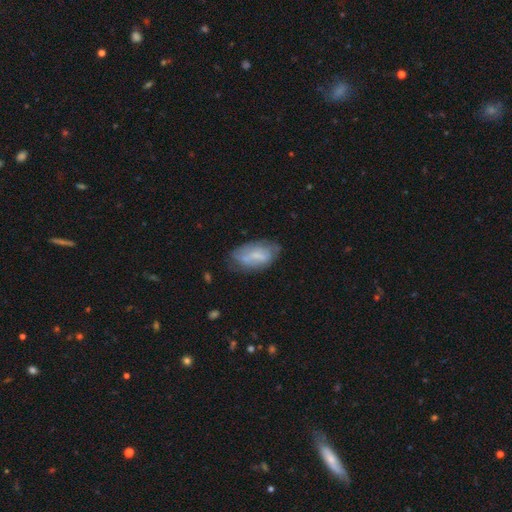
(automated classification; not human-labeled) A smooth galaxy with no disk features (53%) that is in between round and cigar-shaped (92%).

Vote fractions:
- Smooth or featured? smooth: 53% / featured or disk: 40% / star or artifact: 8%
- How rounded? in between: 92% / cigar-shaped: 5% / round: 3%
- Merging? none: 56% / minor disturbance: 30% / major disturbance: 11% / merger: 4%